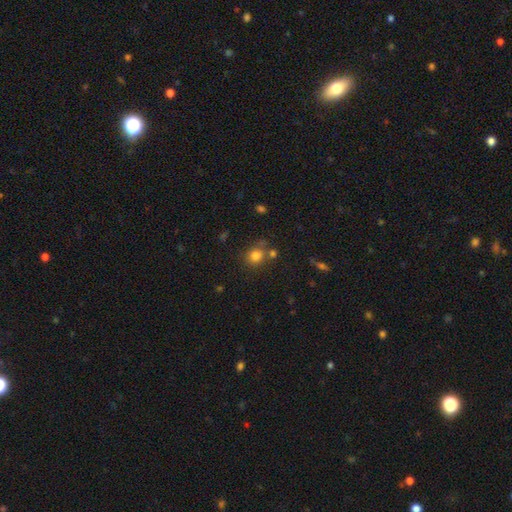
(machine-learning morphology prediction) This is likely a smooth galaxy (80%). How rounded: likely round (78%). Merging: likely none (66%).